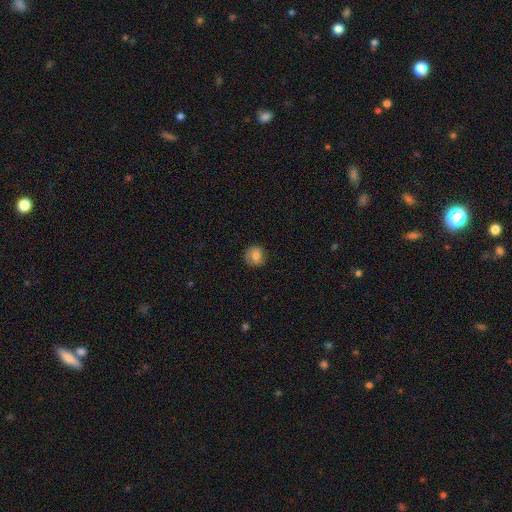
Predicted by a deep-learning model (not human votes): The model was most divided on "smooth or featured": smooth: 72%, featured or disk: 19%, star or artifact: 9%. More confident: how rounded — round (85%); merging — none (80%).